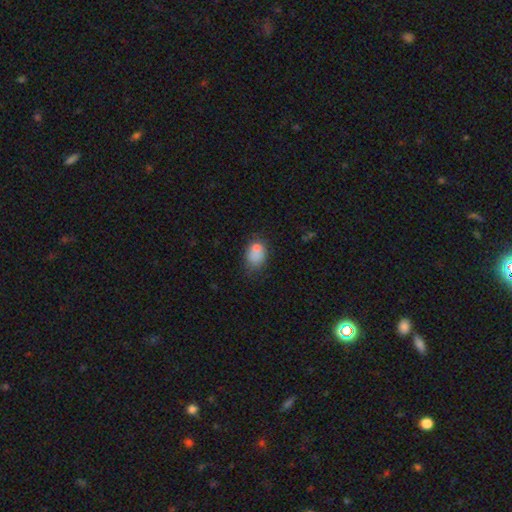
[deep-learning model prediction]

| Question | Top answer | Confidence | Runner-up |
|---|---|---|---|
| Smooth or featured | smooth | 77% | featured or disk (13%) |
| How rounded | in between | 70% | round (29%) |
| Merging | none | 45% | minor disturbance (27%) |